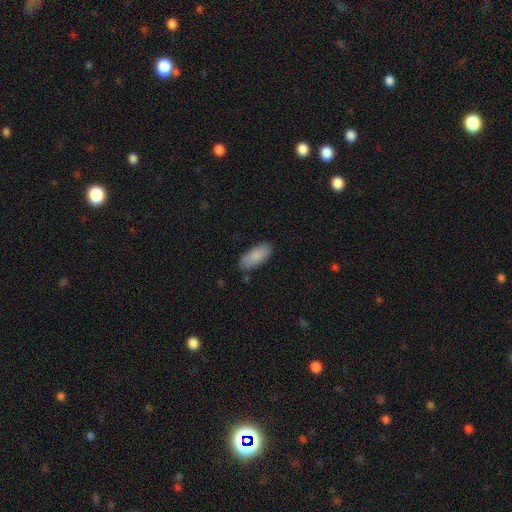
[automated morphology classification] Smooth or featured: smooth — 88% (featured or disk — 6%)
How rounded: in between — 84% (cigar-shaped — 14%)
Merging: none — 82% (minor disturbance — 14%)